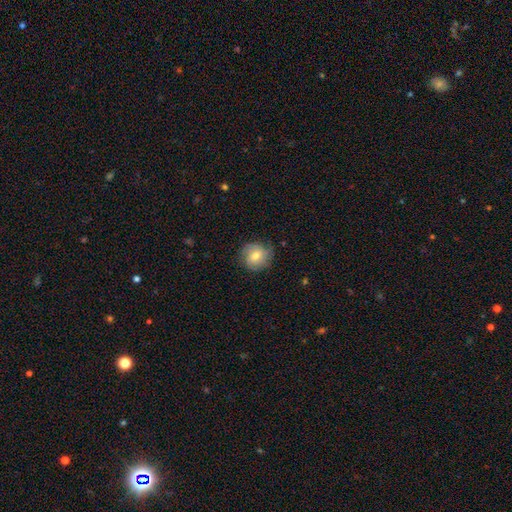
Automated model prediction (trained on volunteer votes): This appears to be a smooth galaxy with no disk features (62%) that is round (88%). Merging: none (76%).